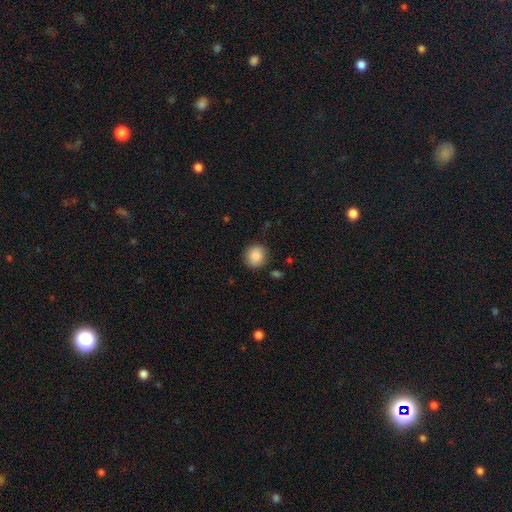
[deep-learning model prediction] Smooth or featured? smooth (87%)
How rounded? round (85%)
Merging? none (85%)